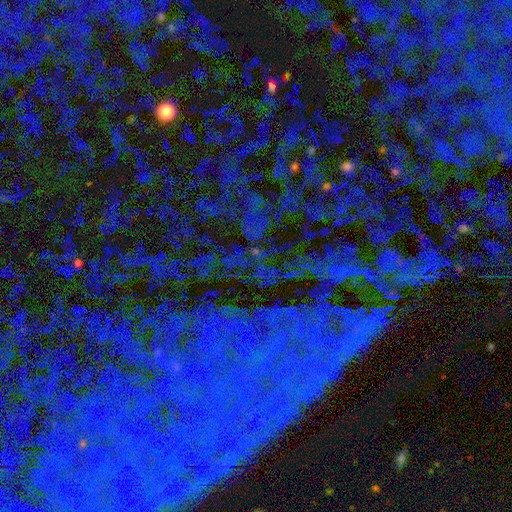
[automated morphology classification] This is clearly a star or artifact rather than a galaxy (84%).